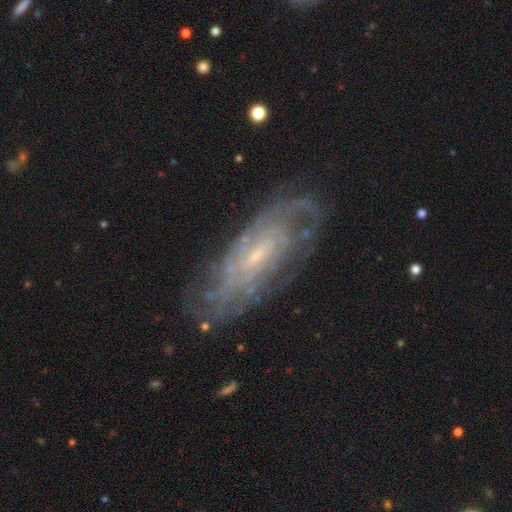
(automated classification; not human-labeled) Smooth or featured: featured or disk — 84% (smooth — 9%)
Edge-on disk: no — 90% (yes — 10%)
Bar: no — 47% (weak — 43%)
Spiral arms: yes — 93% (no — 7%)
Spiral winding: tight — 67% (medium — 27%)
Spiral arm count: can't tell — 51% (2 — 14%)
Bulge size: small — 73% (moderate — 19%)
Merging: none — 77% (minor disturbance — 16%)